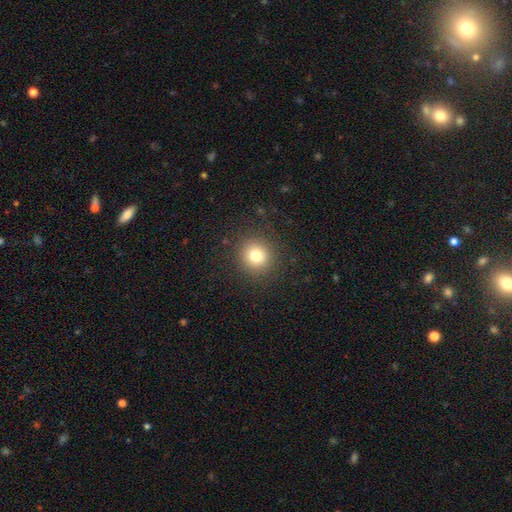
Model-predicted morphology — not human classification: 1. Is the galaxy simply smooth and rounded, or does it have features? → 78% smooth, 13% star or artifact, 9% featured or disk.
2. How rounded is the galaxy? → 92% round, 8% in between, 1% cigar-shaped.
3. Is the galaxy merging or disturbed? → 89% none, 7% minor disturbance, 3% major disturbance, 1% merger.